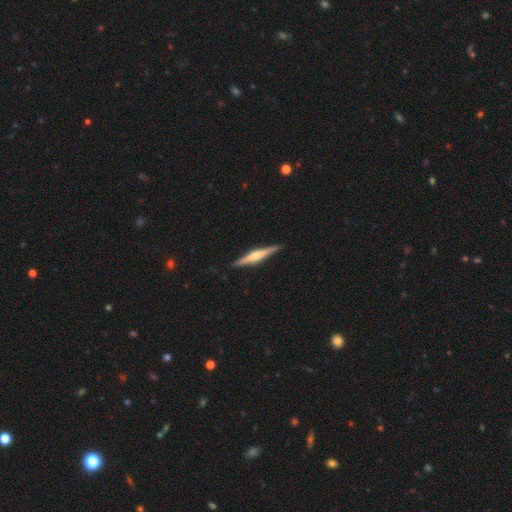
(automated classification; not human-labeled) Overall: featured or disk (68%). Edge-on disk: yes (98%). Edge-on bulge: rounded (76%). Merging: none (90%).